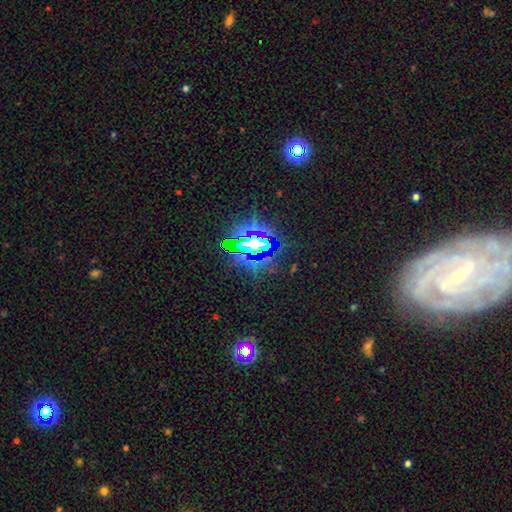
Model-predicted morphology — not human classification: This appears to be a star or artifact, not a galaxy (76%).